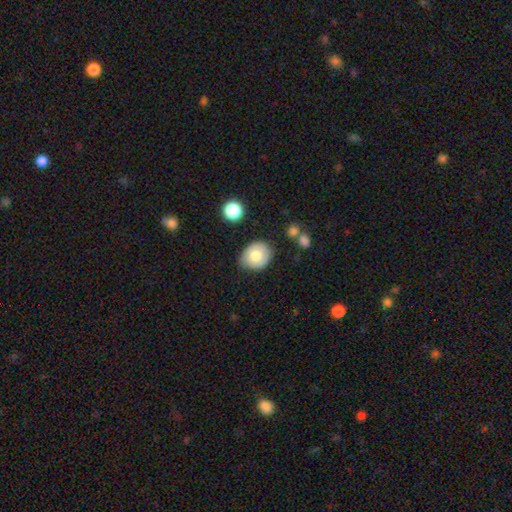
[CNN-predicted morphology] Q: Smooth or featured?
A: smooth (73%); runner-up: featured or disk (20%)
Q: How rounded?
A: round (55%); runner-up: in between (44%)
Q: Merging?
A: none (69%); runner-up: minor disturbance (24%)